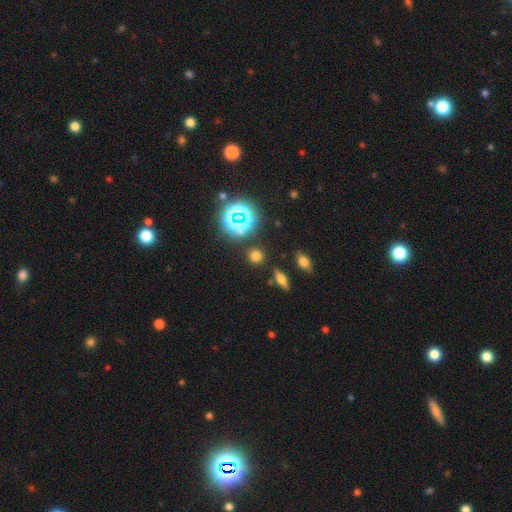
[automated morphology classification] smooth 65%, star or artifact 28%, featured or disk 7%. Down the decision tree: how rounded — round (86%); merging — none (84%).